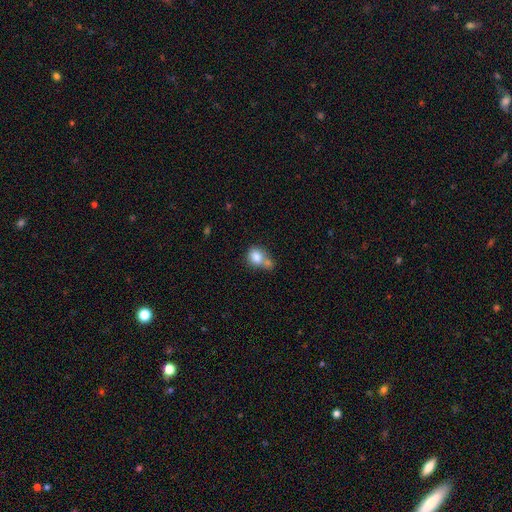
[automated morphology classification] type=smooth (80%); roundness=round (59%); merging=merger (48%).